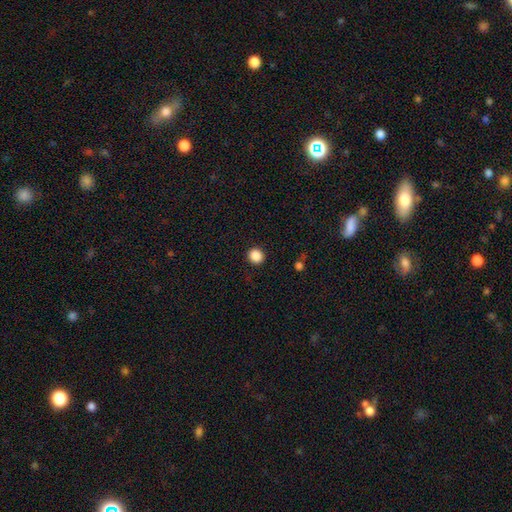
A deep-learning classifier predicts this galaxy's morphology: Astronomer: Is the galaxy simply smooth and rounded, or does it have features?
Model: smooth — 87%.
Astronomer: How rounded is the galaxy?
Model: round — 87%.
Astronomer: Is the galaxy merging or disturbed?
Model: none — 92%.